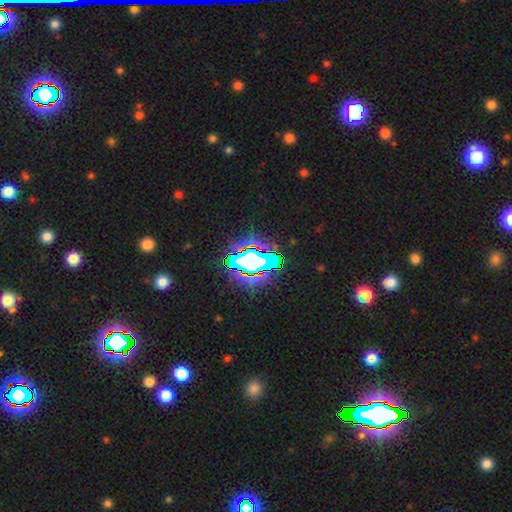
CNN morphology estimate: Q: Smooth or featured?
A: star or artifact (81%); runner-up: smooth (11%)